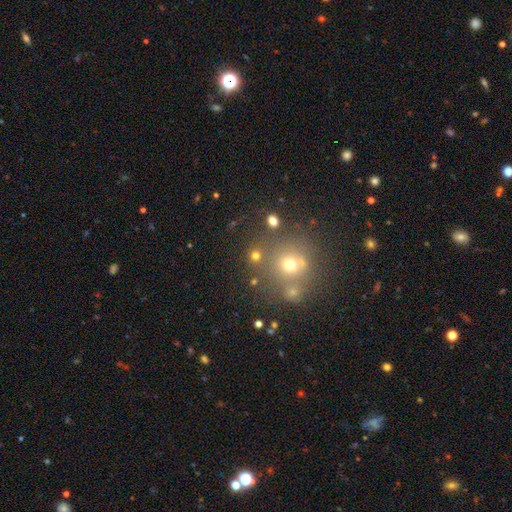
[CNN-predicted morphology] A smooth galaxy with no disk features (70%) that is round (87%).

Vote fractions:
- Smooth or featured? smooth: 70% / star or artifact: 22% / featured or disk: 8%
- How rounded? round: 87% / in between: 12% / cigar-shaped: 1%
- Merging? none: 71% / merger: 16% / minor disturbance: 8% / major disturbance: 5%